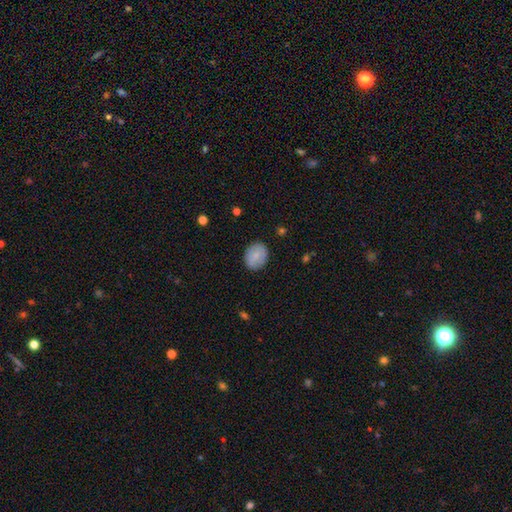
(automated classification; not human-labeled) Morphology: type=smooth (74%); roundness=in between (59%); merging=none (83%).